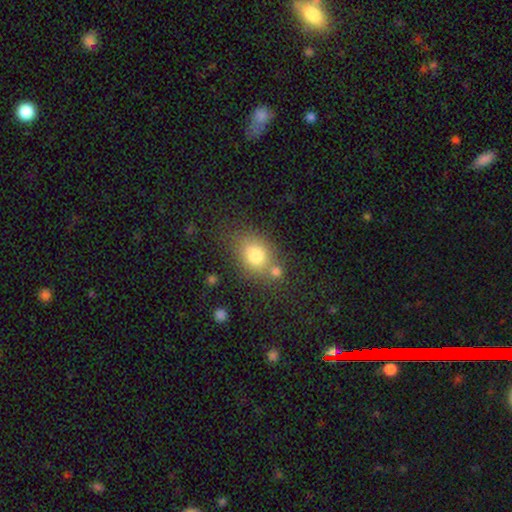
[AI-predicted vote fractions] smooth_or_featured: smooth (p=0.78) [alt: featured or disk p=0.12]
how_rounded: in between (p=0.56) [alt: round p=0.43]
merging: none (p=0.56) [alt: merger p=0.22]